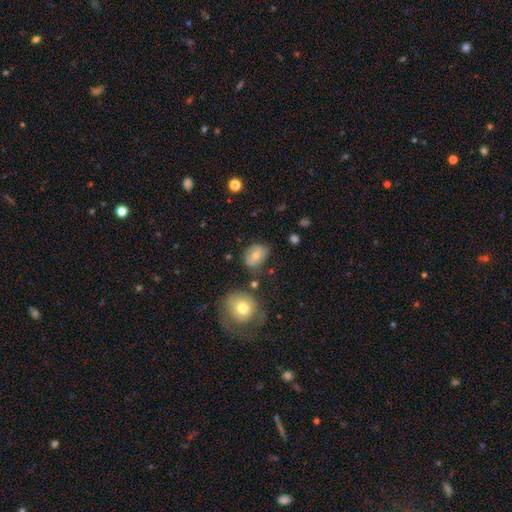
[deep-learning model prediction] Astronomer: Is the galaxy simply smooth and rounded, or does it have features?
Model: smooth — 66%.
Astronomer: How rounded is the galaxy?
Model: in between — 52% (runner-up: round, 47%).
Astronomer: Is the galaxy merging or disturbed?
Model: none — 62%.